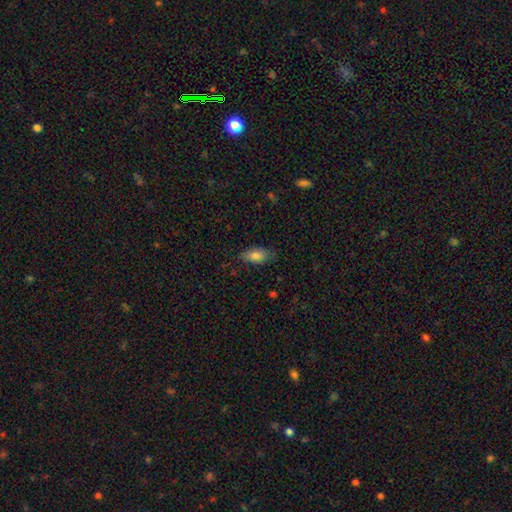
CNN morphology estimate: smooth-or-featured: smooth: 83% | featured or disk: 9% | star or artifact: 8%
  how-rounded: in between: 88% | cigar-shaped: 9% | round: 4%
  merging: none: 76% | minor disturbance: 19% | major disturbance: 4% | merger: 1%